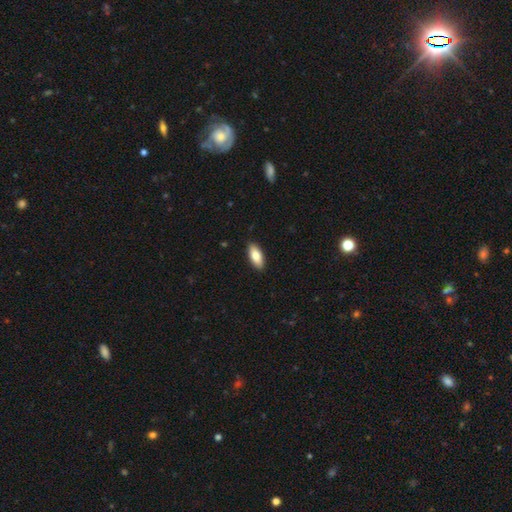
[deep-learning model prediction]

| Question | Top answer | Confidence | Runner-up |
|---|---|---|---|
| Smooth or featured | smooth | 81% | featured or disk (13%) |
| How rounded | in between | 85% | cigar-shaped (13%) |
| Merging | none | 90% | minor disturbance (8%) |